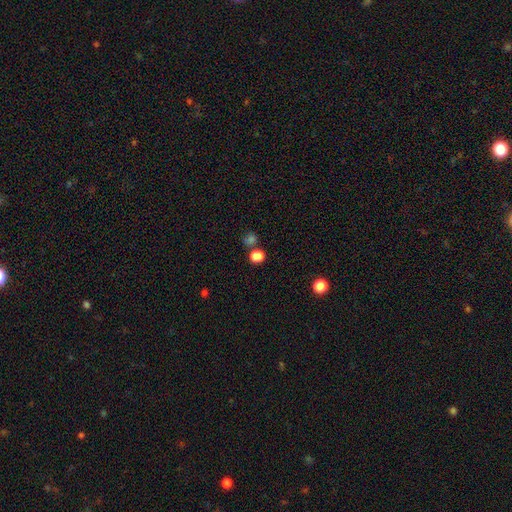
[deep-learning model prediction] A smooth galaxy with no disk features (78%) that is round (72%). Merging: none (65%).